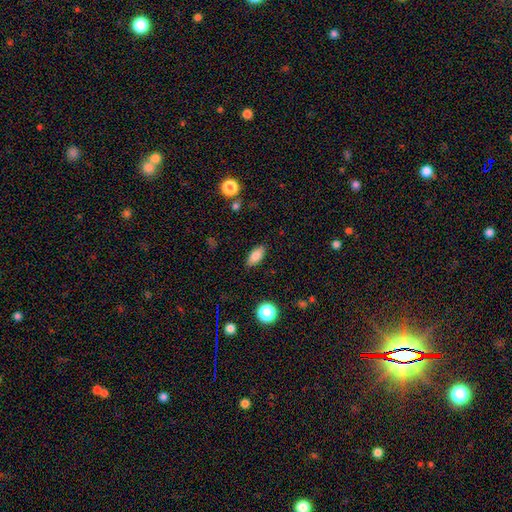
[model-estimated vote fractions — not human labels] smooth 82%, star or artifact 9%, featured or disk 9%. Down the decision tree: how rounded — in between (87%); merging — none (87%).